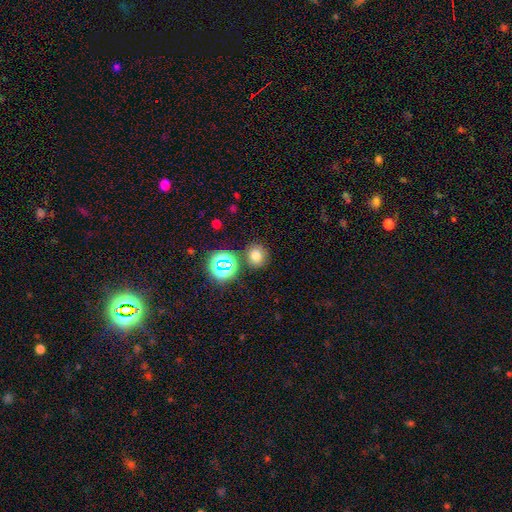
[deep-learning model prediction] The model was most divided on "smooth or featured": smooth: 70%, star or artifact: 22%, featured or disk: 8%. More confident: how rounded — round (82%); merging — none (80%).